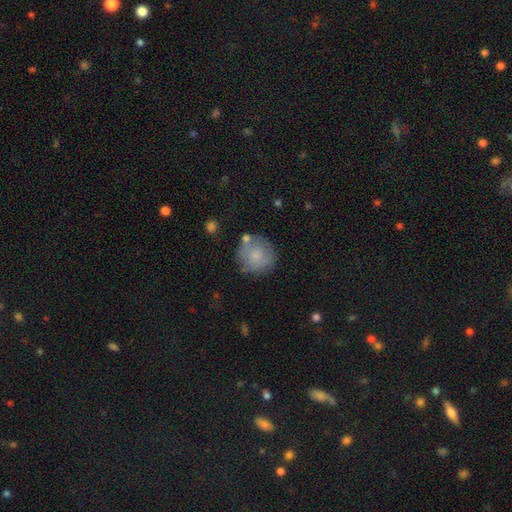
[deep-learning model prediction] This appears to be a smooth galaxy with no disk features (72%) that is round (92%). Merging: none (68%).